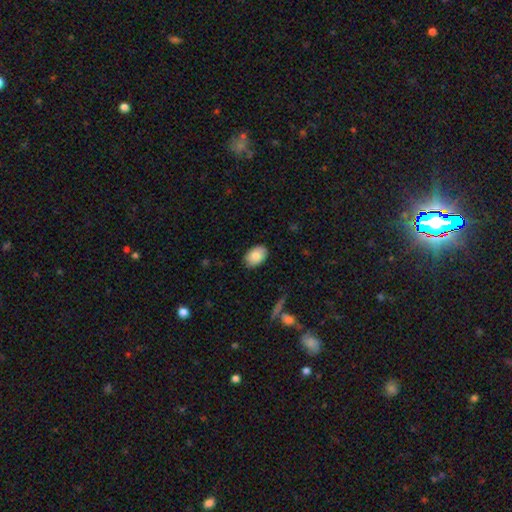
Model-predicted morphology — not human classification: Smooth or featured?
  - smooth: 81% *
  - featured or disk: 12%
  - star or artifact: 7%
How rounded?
  - in between: 87% *
  - round: 12%
  - cigar-shaped: 1%
Merging?
  - none: 85% *
  - minor disturbance: 12%
  - major disturbance: 2%
  - merger: 1%